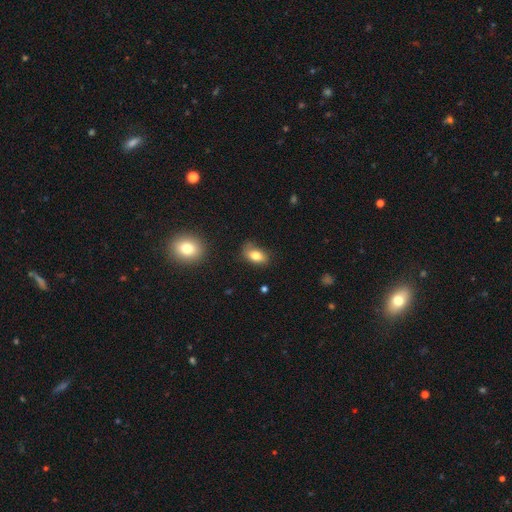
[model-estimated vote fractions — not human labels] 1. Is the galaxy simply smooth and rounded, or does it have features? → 80% smooth, 12% featured or disk, 9% star or artifact.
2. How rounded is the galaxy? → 88% in between, 9% round, 3% cigar-shaped.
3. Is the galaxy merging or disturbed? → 63% none, 27% minor disturbance, 7% major disturbance, 2% merger.